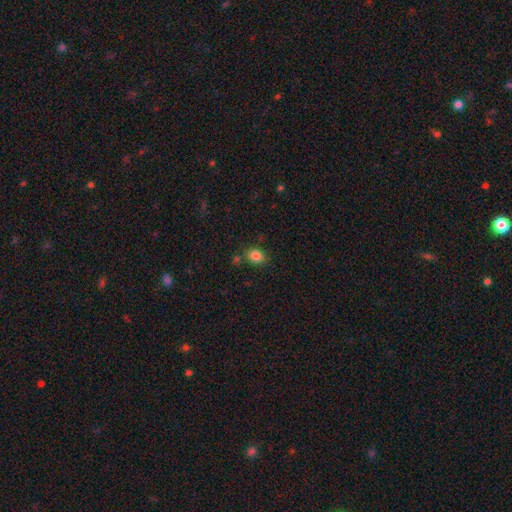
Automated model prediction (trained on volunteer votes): Smooth or featured? Predicted: smooth (p=0.85). How rounded? Predicted: in between (p=0.60). Merging? Predicted: none (p=0.76).